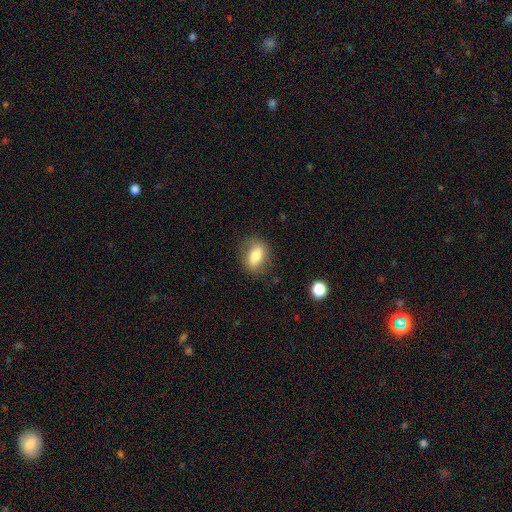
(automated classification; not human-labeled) smooth 73%, featured or disk 18%, star or artifact 8%. Down the decision tree: how rounded — in between (75%); merging — none (80%).